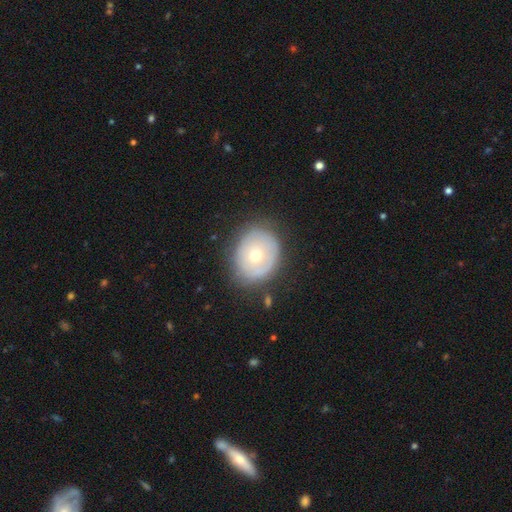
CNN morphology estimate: This appears to be a smooth galaxy with no disk features (50%) that is round (63%). Merging: none (74%).